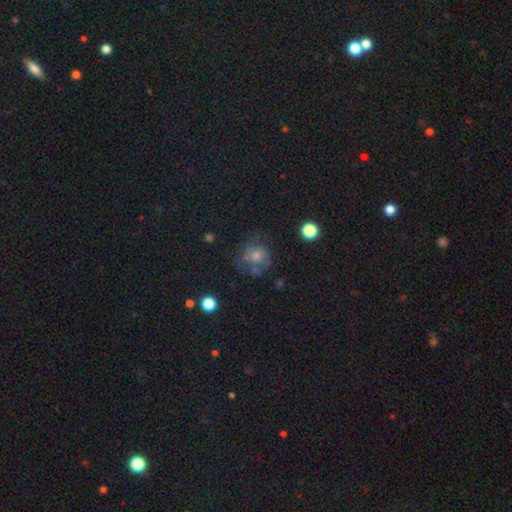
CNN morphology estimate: smooth-or-featured: featured or disk: 41% | smooth: 37% | star or artifact: 22%
  merging: none: 61% | minor disturbance: 20% | major disturbance: 15% | merger: 4%